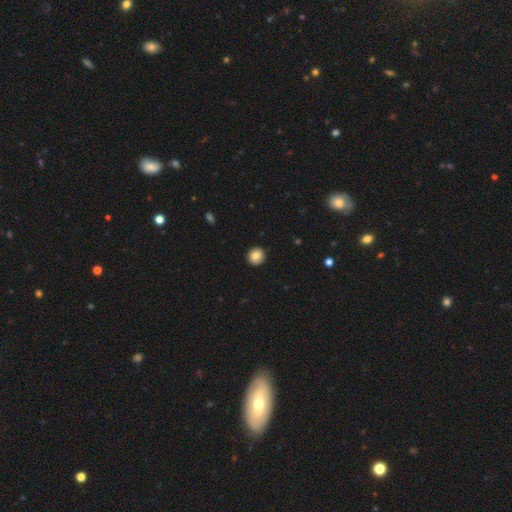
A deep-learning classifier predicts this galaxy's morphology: Smooth or featured: smooth — 82% (featured or disk — 10%)
How rounded: round — 89% (in between — 10%)
Merging: none — 92% (minor disturbance — 6%)